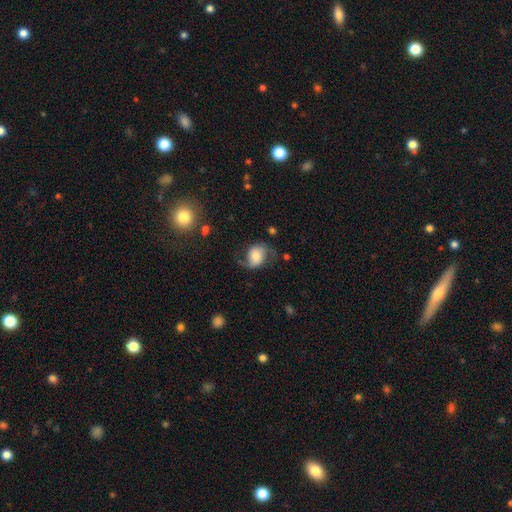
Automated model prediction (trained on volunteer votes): Q: Smooth or featured?
A: featured or disk (56%); runner-up: smooth (36%)
Q: Edge-on disk?
A: no (97%); runner-up: yes (3%)
Q: Bar?
A: no (63%); runner-up: weak (28%)
Q: Spiral arms?
A: yes (90%); runner-up: no (10%)
Q: Bulge size?
A: moderate (42%); runner-up: small (28%)
Q: Merging?
A: none (60%); runner-up: minor disturbance (23%)